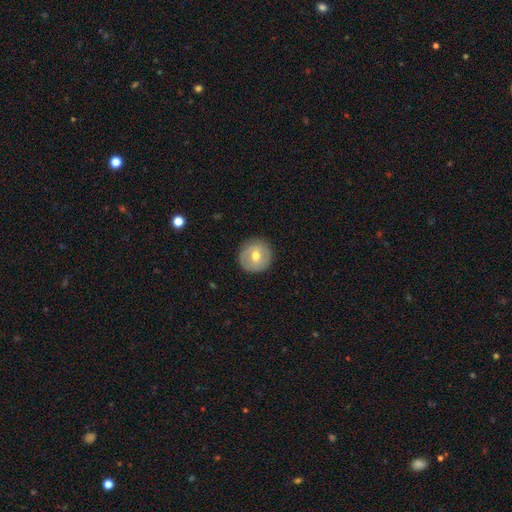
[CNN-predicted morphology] type=smooth (55%); roundness=round (94%); merging=none (88%).